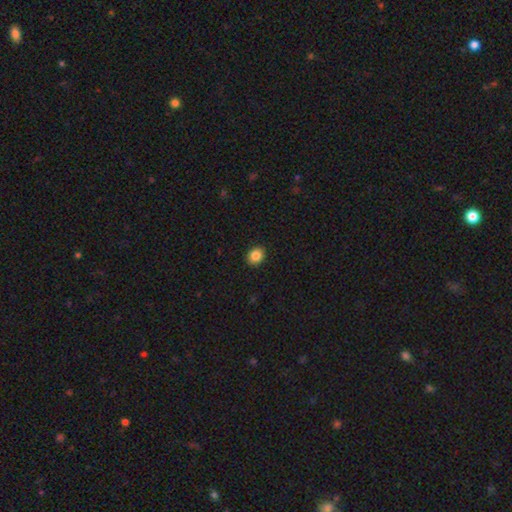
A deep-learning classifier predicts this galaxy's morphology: Smooth or featured?
  - smooth: 86% *
  - star or artifact: 9%
  - featured or disk: 4%
How rounded?
  - round: 65% *
  - in between: 34%
  - cigar-shaped: 1%
Merging?
  - none: 91% *
  - minor disturbance: 6%
  - major disturbance: 2%
  - merger: 1%